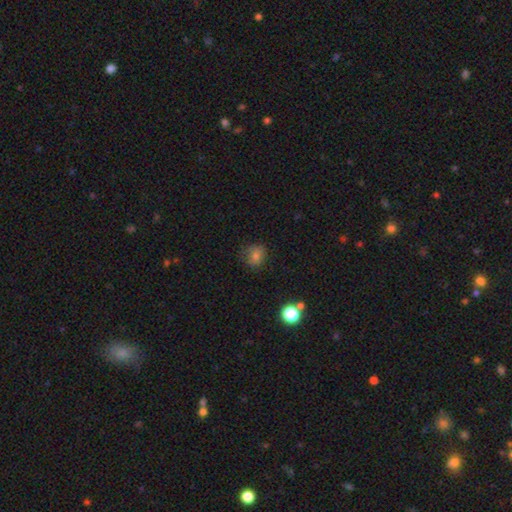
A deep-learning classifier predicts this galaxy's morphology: Overall: smooth (73%). How rounded: round (73%). Merging: none (71%).